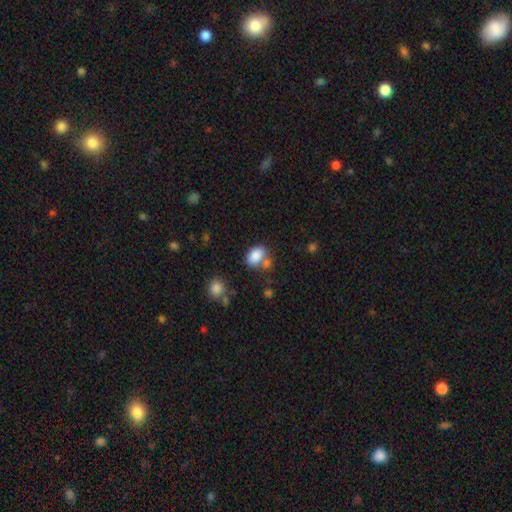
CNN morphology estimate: This appears to be a smooth galaxy with no disk features (85%) that is in between round and cigar-shaped (84%). Merging: none (54%).